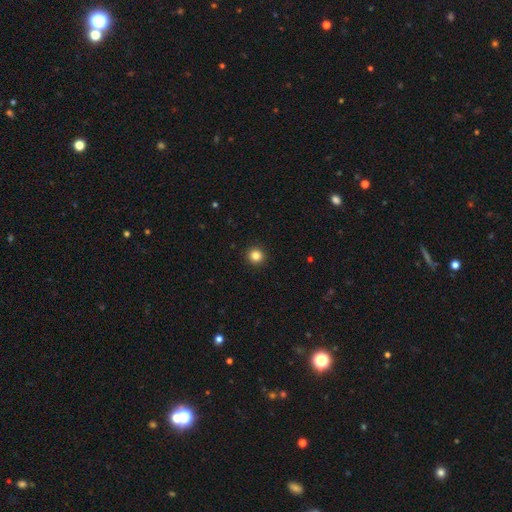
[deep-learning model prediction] Smooth or featured?
  - smooth: 84% *
  - star or artifact: 12%
  - featured or disk: 5%
How rounded?
  - round: 94% *
  - in between: 5%
  - cigar-shaped: 1%
Merging?
  - none: 93% *
  - minor disturbance: 4%
  - major disturbance: 2%
  - merger: 1%